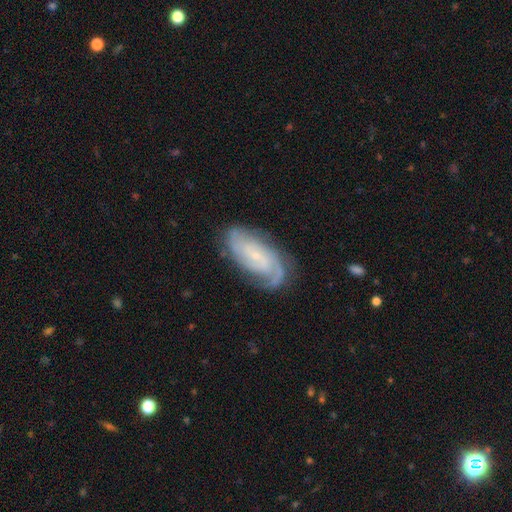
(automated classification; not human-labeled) Overall: featured or disk (84%). Edge-on disk: no (96%). Bar: no (58%; weak 33%). Spiral arms: yes (97%). Spiral arm count: 2 (45%; can't tell 21%). Spiral winding: tight (56%; medium 35%). Bulge size: small (79%). Merging: none (74%).